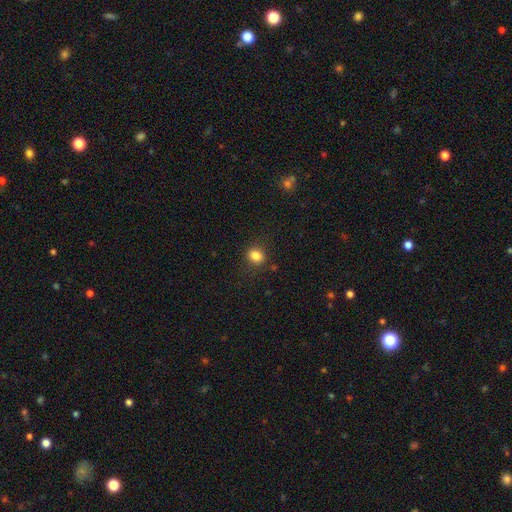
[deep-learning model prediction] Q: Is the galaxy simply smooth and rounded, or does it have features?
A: smooth — 84%.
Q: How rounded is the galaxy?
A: round — 52%.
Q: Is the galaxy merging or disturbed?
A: none — 84%.